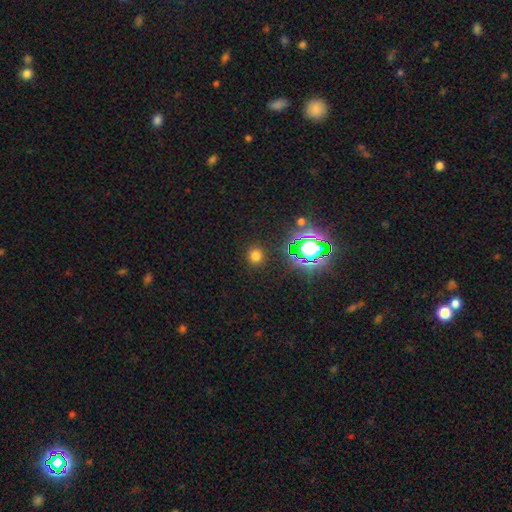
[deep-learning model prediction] smooth 70%, star or artifact 24%, featured or disk 6%. Down the decision tree: how rounded — round (86%); merging — none (88%).